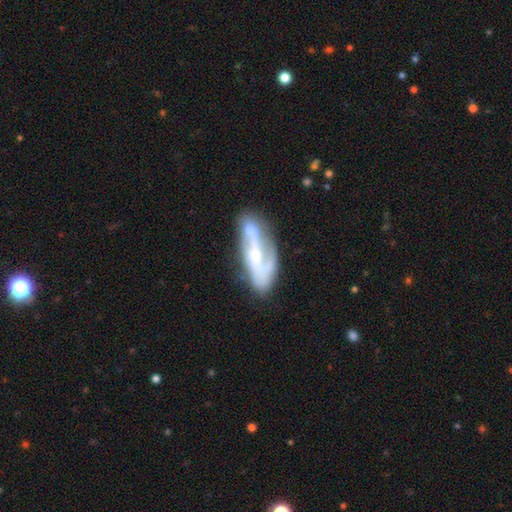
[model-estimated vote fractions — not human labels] This is likely a featured or disk galaxy (75%). It is clearly not viewed edge-on (89%). Bar: possibly no (48%). Spiral arm pattern: clearly yes (85%). Spiral arm count: possibly 2 (56%). Spiral winding: marginally medium (41%). Central bulge: possibly small (49%). Merging: possibly none (56%).